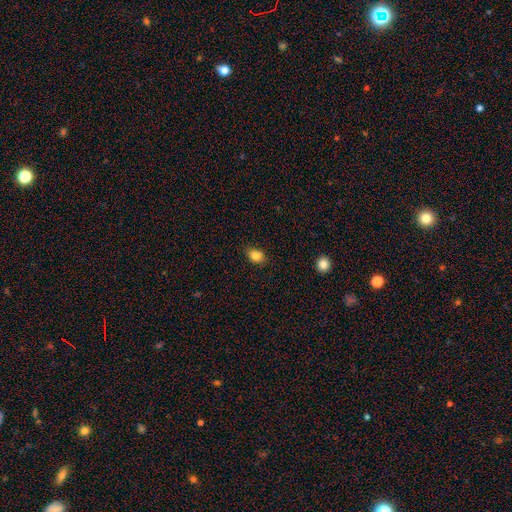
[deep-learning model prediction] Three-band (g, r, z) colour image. It shows a smooth galaxy with no disk features (83%) that is in between round and cigar-shaped (72%). Merging: none (84%).